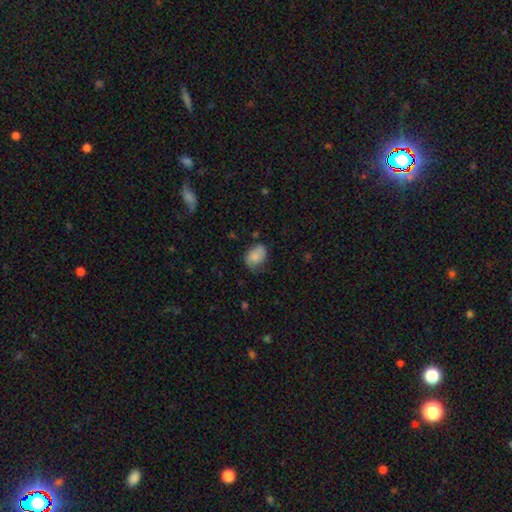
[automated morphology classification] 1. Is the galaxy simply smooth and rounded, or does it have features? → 81% smooth, 11% featured or disk, 8% star or artifact.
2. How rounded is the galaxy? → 73% in between, 26% round, 1% cigar-shaped.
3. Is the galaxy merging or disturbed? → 53% none, 34% minor disturbance, 11% major disturbance, 2% merger.